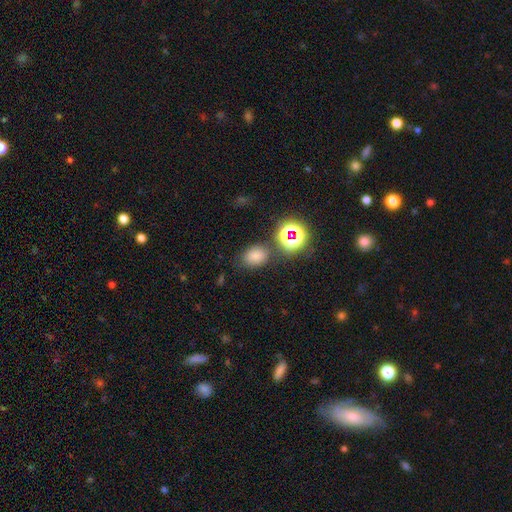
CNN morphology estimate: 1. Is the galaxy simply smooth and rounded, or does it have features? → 71% smooth, 21% star or artifact, 8% featured or disk.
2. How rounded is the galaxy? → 64% in between, 35% round, 1% cigar-shaped.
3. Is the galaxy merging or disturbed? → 74% none, 14% minor disturbance, 8% merger, 5% major disturbance.